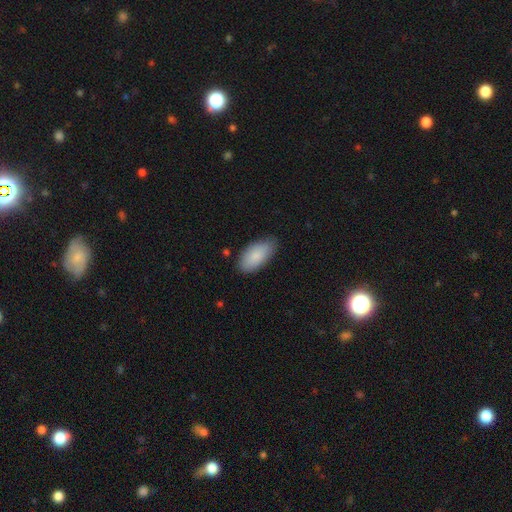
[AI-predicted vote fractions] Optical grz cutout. It shows a smooth galaxy with no disk features (86%) that is in between round and cigar-shaped (93%). Merging: none (79%).